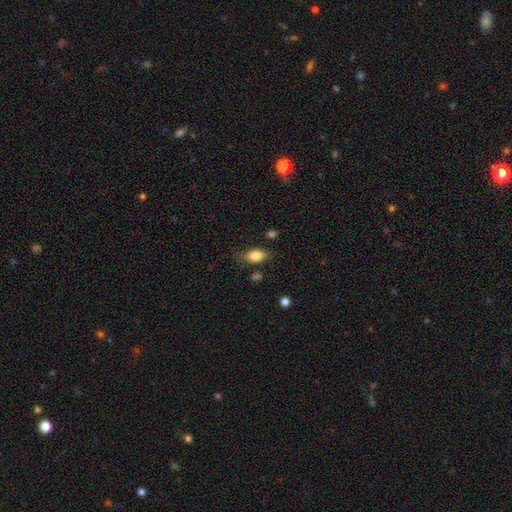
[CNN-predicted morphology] This appears to be a smooth galaxy with no disk features (81%) that is in between round and cigar-shaped (83%). Merging: none (74%).